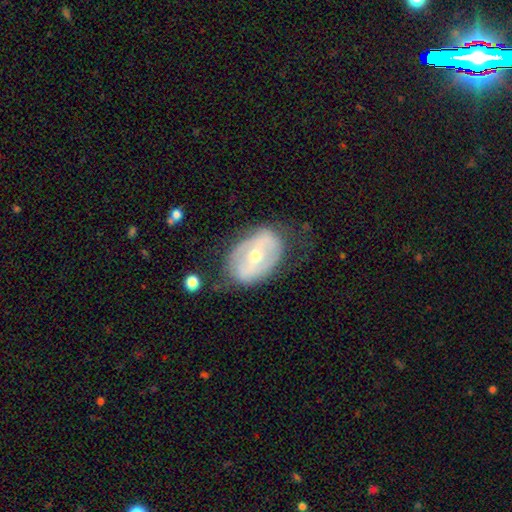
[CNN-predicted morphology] Smooth or featured? Predicted: featured or disk (p=0.65). Edge-on disk? Predicted: no (p=0.93). Bar? Predicted: strong (p=0.34). Spiral arms? Predicted: no (p=0.60). Bulge size? Predicted: moderate (p=0.54). Merging? Predicted: none (p=0.63).